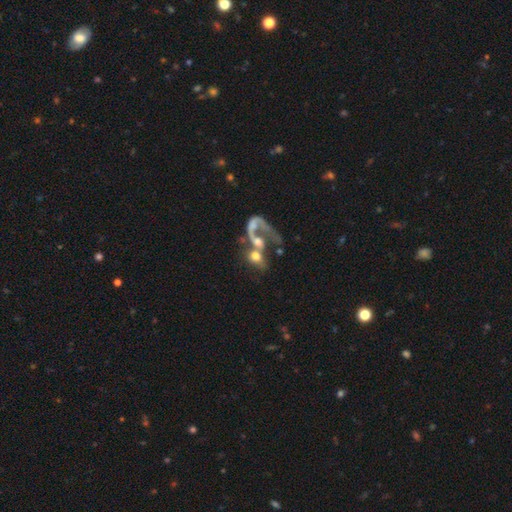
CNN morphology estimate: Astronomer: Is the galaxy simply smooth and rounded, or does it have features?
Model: featured or disk — 45%, tied with smooth at 45%.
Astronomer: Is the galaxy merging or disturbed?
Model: merger — 65%.